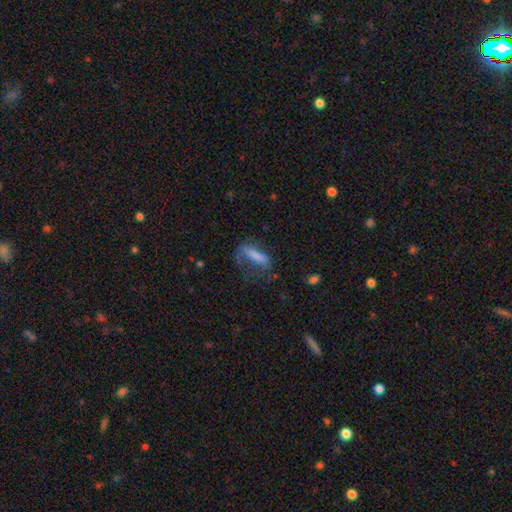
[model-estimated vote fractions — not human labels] Overall: smooth (58%; featured or disk 31%). How rounded: cigar-shaped (60%; in between 37%). Merging: none (39%; major disturbance 35%).